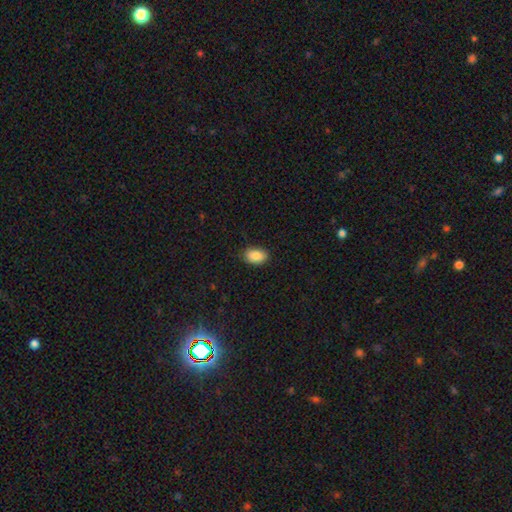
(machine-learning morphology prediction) Overall: smooth (88%). How rounded: in between (89%). Merging: none (85%).